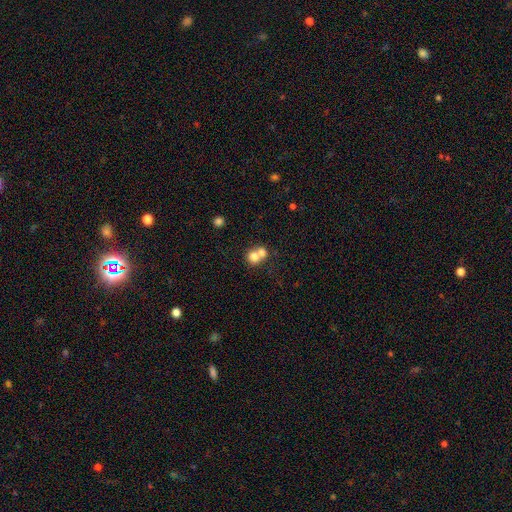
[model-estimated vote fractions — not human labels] A smooth galaxy with no disk features (75%) that is round (79%). Merging: merger (63%).